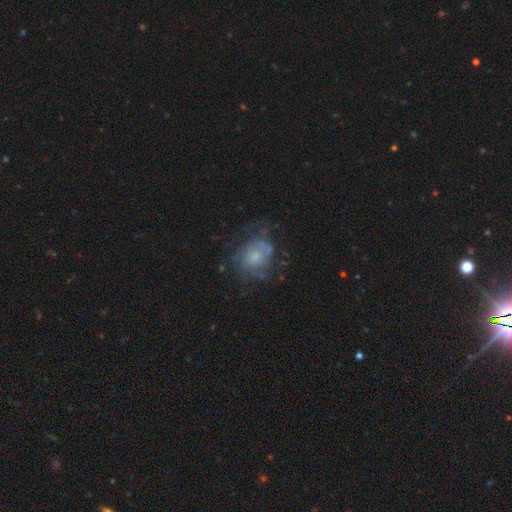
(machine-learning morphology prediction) smooth_or_featured: featured or disk (p=0.59) [alt: smooth p=0.29]
disk_edge_on: no (p=0.97) [alt: yes p=0.03]
bar: no (p=0.79) [alt: weak p=0.19]
has_spiral_arms: yes (p=0.63) [alt: no p=0.37]
bulge_size: small (p=0.47) [alt: moderate p=0.37]
merging: none (p=0.52) [alt: major disturbance p=0.23]